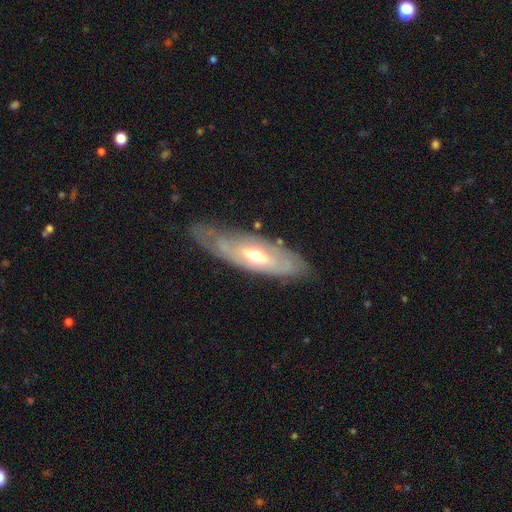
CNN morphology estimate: smooth_or_featured: featured or disk (p=0.70) [alt: smooth p=0.25]
disk_edge_on: no (p=0.73) [alt: yes p=0.27]
bar: no (p=0.58) [alt: weak p=0.30]
has_spiral_arms: yes (p=0.54) [alt: no p=0.46]
bulge_size: moderate (p=0.66) [alt: small p=0.27]
merging: none (p=0.72) [alt: minor disturbance p=0.19]